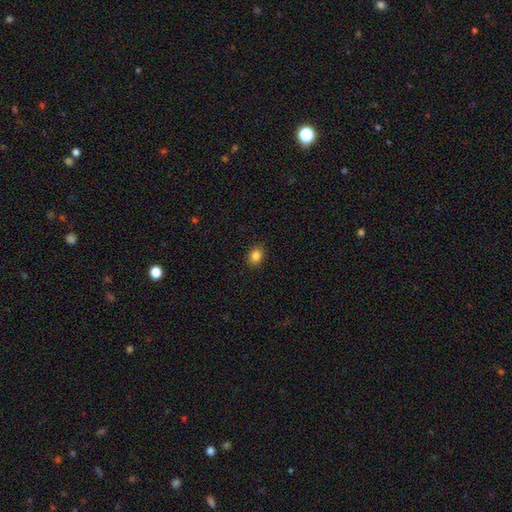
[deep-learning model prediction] smooth_or_featured: smooth (p=0.85) [alt: star or artifact p=0.10]
how_rounded: in between (p=0.56) [alt: round p=0.43]
merging: none (p=0.89) [alt: minor disturbance p=0.08]